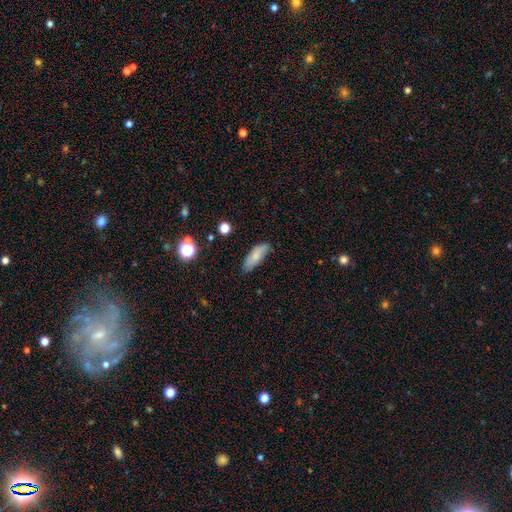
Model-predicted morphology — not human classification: smooth_or_featured: smooth (p=0.77) [alt: featured or disk p=0.15]
how_rounded: in between (p=0.63) [alt: cigar-shaped p=0.34]
merging: none (p=0.79) [alt: minor disturbance p=0.16]